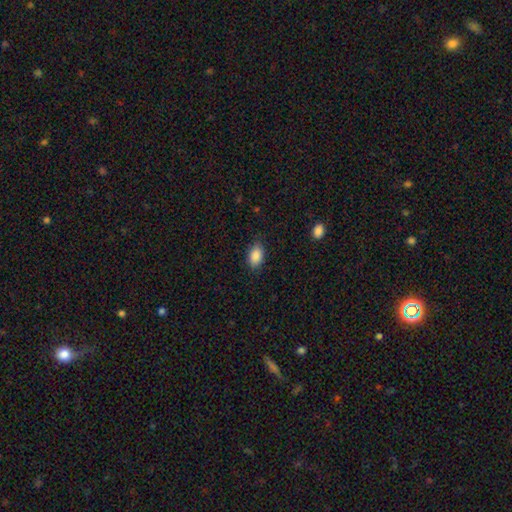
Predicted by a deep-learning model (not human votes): A smooth galaxy with no disk features (89%) that is in between round and cigar-shaped (88%). Merging: none (82%).